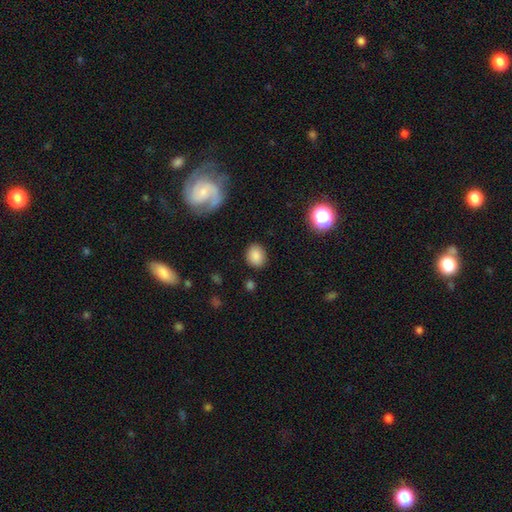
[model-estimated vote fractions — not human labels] smooth 85%, star or artifact 10%, featured or disk 5%. Down the decision tree: how rounded — round (52%); merging — none (85%).